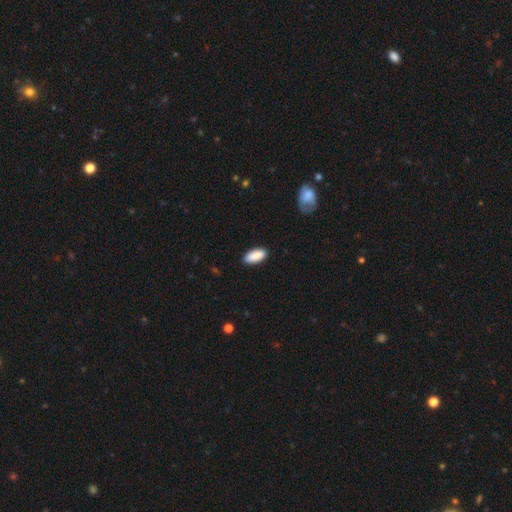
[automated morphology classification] The model was most divided on "merging": none: 87%, minor disturbance: 10%, major disturbance: 2%, merger: 1%. More confident: smooth or featured — smooth (89%); how rounded — in between (89%).